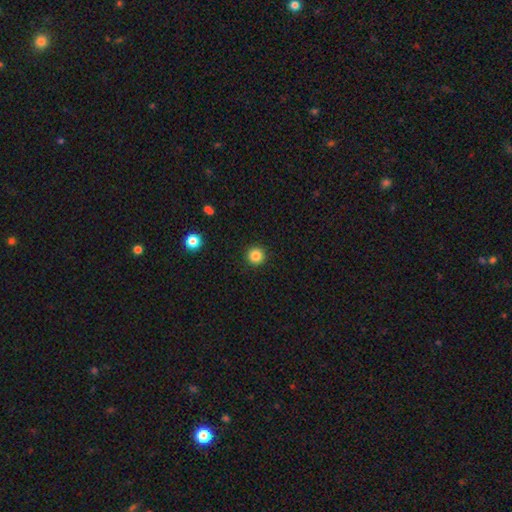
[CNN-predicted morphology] Smooth or featured: smooth — 84% (star or artifact — 12%)
How rounded: round — 96% (in between — 3%)
Merging: none — 92% (minor disturbance — 5%)